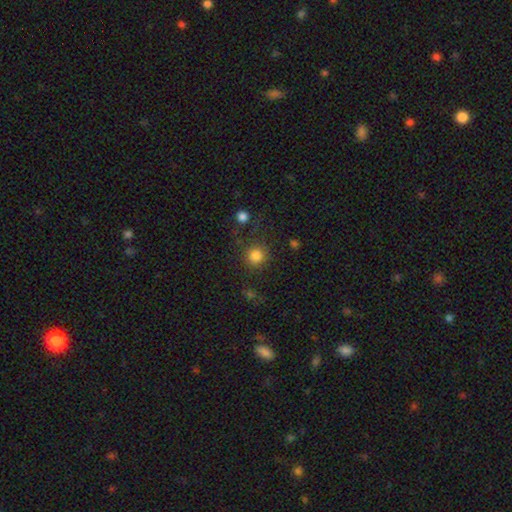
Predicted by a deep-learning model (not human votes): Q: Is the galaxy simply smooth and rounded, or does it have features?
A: smooth — 83%.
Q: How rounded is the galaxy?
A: round — 93%.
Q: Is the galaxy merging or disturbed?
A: none — 81%.